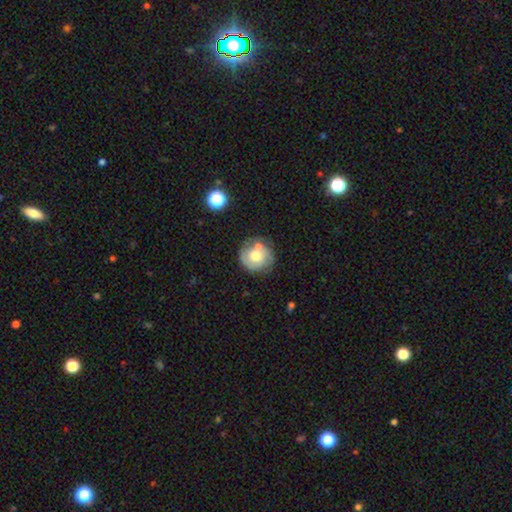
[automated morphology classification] smooth 48%, featured or disk 44%, star or artifact 8%. Down the decision tree: merging — none (62%).